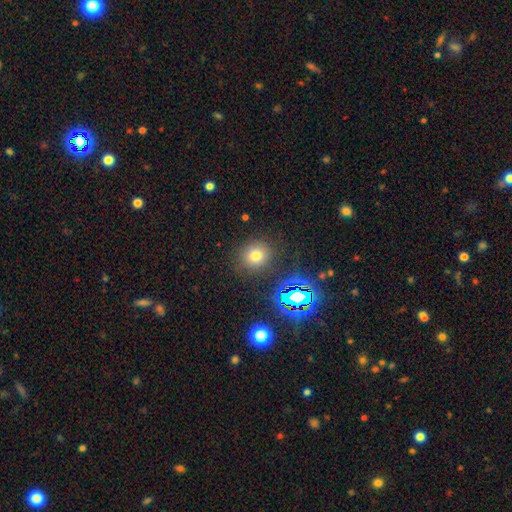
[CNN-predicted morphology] type=smooth (71%); roundness=round (84%); merging=none (86%).